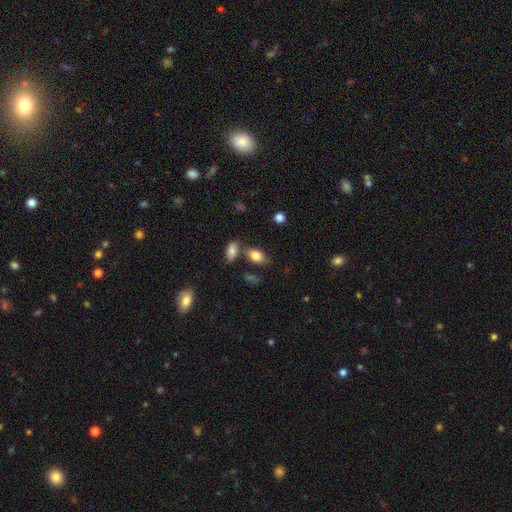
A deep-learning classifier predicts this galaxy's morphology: A smooth galaxy with no disk features (83%) that is in between round and cigar-shaped (87%). Merging: none (64%).